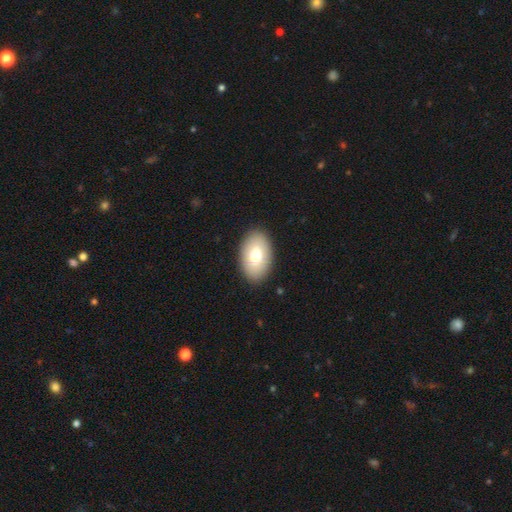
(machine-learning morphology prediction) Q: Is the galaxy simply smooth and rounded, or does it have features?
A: smooth — 74%.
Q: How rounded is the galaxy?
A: in between — 92%.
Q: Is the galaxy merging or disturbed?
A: none — 89%.